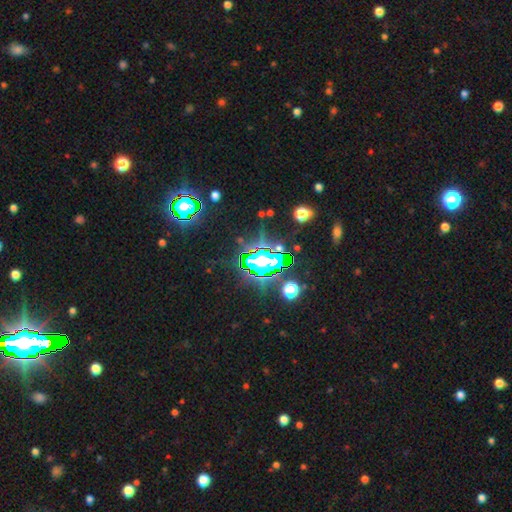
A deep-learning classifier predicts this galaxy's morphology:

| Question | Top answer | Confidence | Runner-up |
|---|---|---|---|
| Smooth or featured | star or artifact | 80% | smooth (12%) |